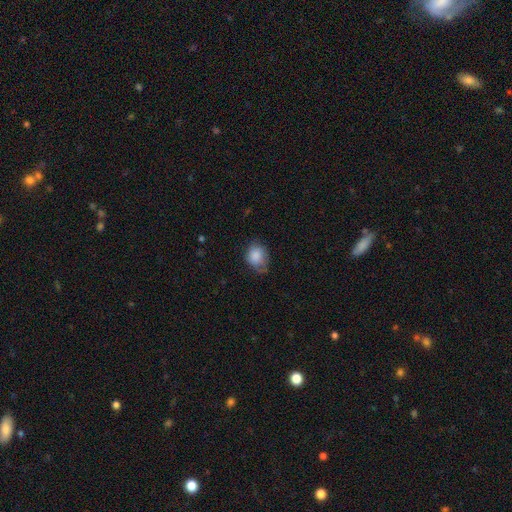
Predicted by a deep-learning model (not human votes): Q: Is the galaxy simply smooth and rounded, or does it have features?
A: smooth — 85%.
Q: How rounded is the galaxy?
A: round — 51%.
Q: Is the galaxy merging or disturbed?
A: none — 50%.